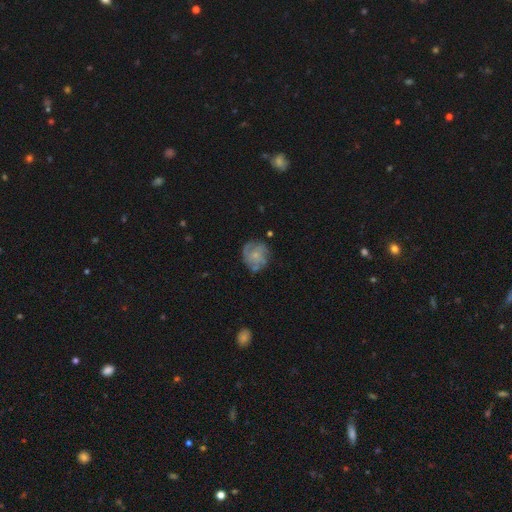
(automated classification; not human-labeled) This is likely a featured or disk galaxy (65%). It is clearly not viewed edge-on (98%). Bar: clearly no (81%). Spiral arm pattern: clearly yes (84%). Spiral arm count: marginally can't tell (33%). Spiral winding: marginally tight (45%). Central bulge: likely small (71%). Merging: likely none (68%).